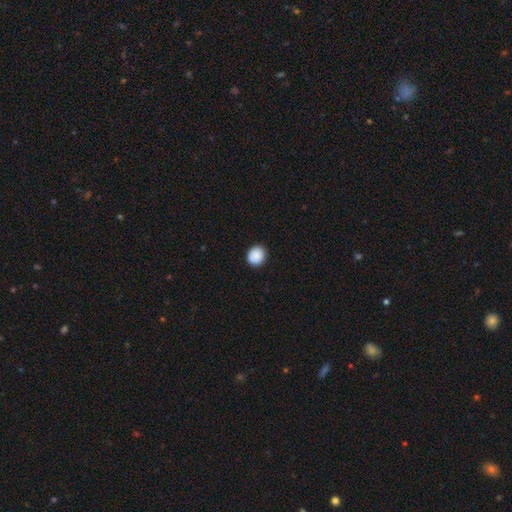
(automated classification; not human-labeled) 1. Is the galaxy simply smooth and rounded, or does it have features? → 89% smooth, 8% star or artifact, 3% featured or disk.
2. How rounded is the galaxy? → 81% round, 18% in between, 1% cigar-shaped.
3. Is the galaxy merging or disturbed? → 90% none, 7% minor disturbance, 2% major disturbance, 1% merger.